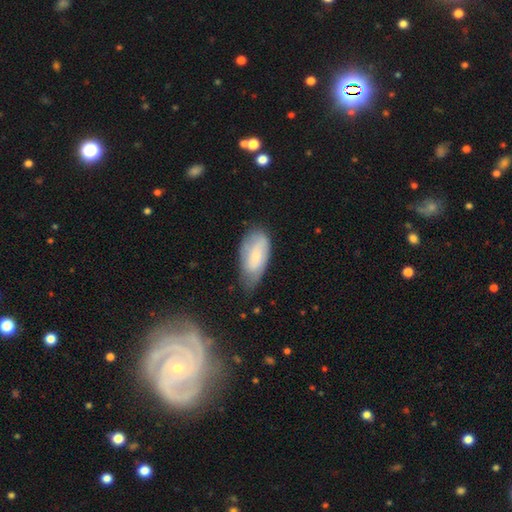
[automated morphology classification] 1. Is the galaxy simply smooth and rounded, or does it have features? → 64% smooth, 29% featured or disk, 7% star or artifact.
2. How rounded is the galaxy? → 90% in between, 8% cigar-shaped, 2% round.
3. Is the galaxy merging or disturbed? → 49% none, 37% minor disturbance, 11% major disturbance, 2% merger.